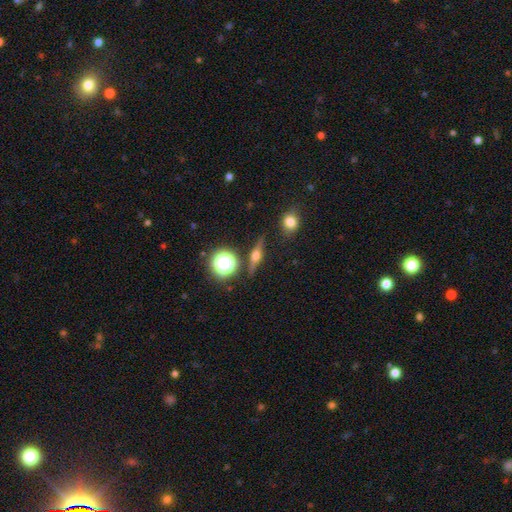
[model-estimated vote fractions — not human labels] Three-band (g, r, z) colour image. It shows a featured or disk galaxy (70%) viewed edge-on (94%) with a rounded central bulge (95%). Merging: none (86%).